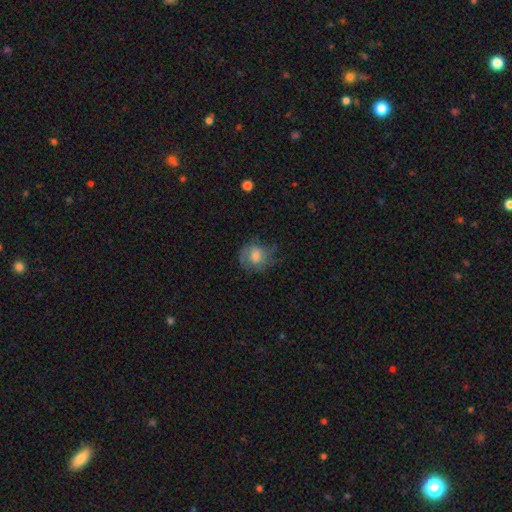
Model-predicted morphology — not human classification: Smooth or featured? smooth (50%)
How rounded? round (71%)
Merging? none (54%)